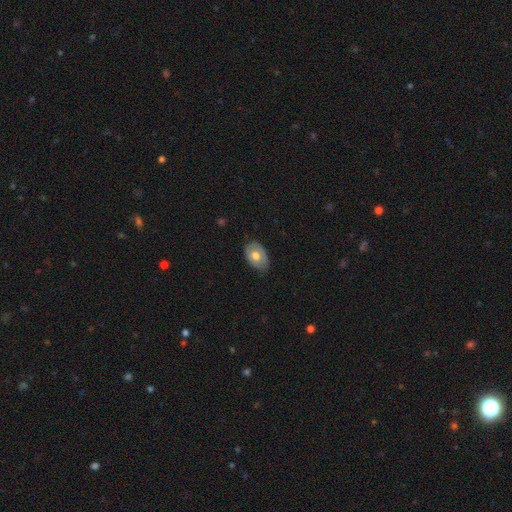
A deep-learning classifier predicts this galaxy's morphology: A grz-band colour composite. It shows a smooth galaxy with no disk features (57%) that is in between round and cigar-shaped (85%). Merging: none (73%).